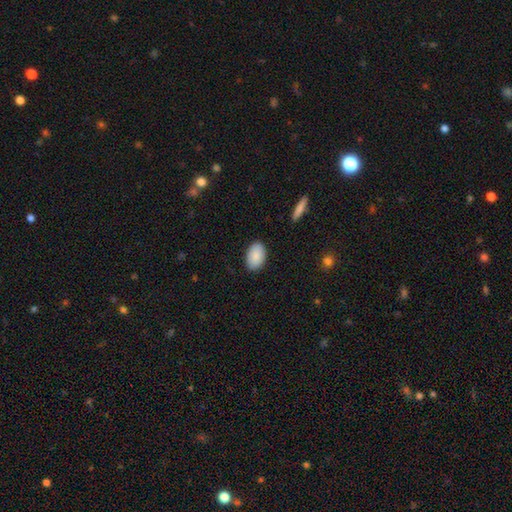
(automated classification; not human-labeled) Smooth or featured? smooth (89%)
How rounded? in between (92%)
Merging? none (88%)